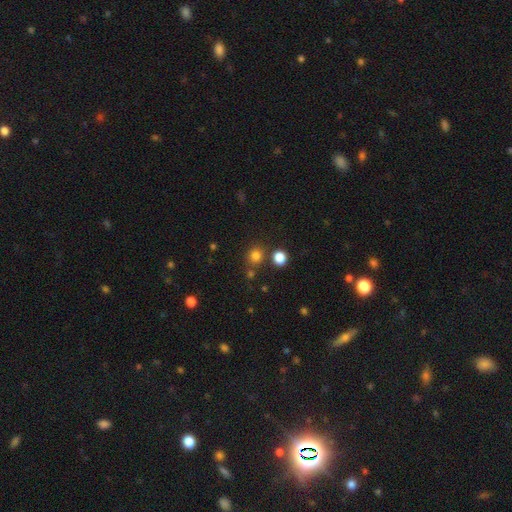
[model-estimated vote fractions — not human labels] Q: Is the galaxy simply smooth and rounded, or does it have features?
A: smooth — 78%.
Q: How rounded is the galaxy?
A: round — 84%.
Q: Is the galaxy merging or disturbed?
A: none — 76%.